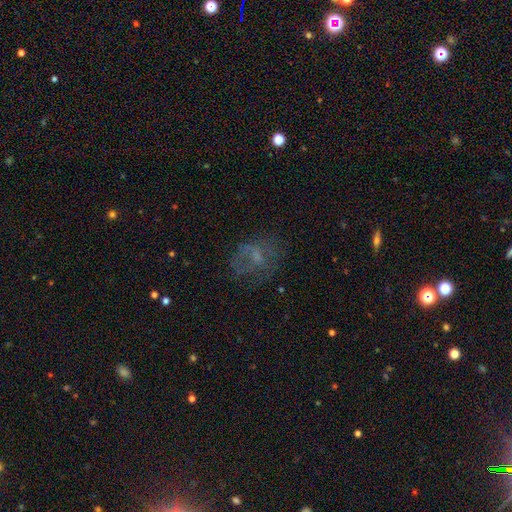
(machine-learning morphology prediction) This appears to be a featured or disk galaxy (43%). Merging: none (48%).